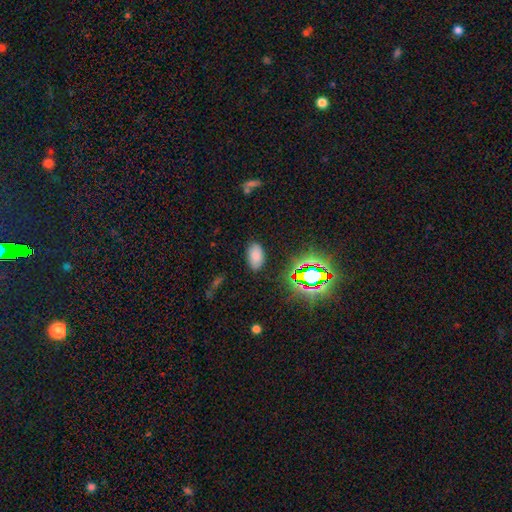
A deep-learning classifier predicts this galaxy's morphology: This is likely a smooth galaxy (75%). How rounded: clearly in between (93%). Merging: clearly none (85%).